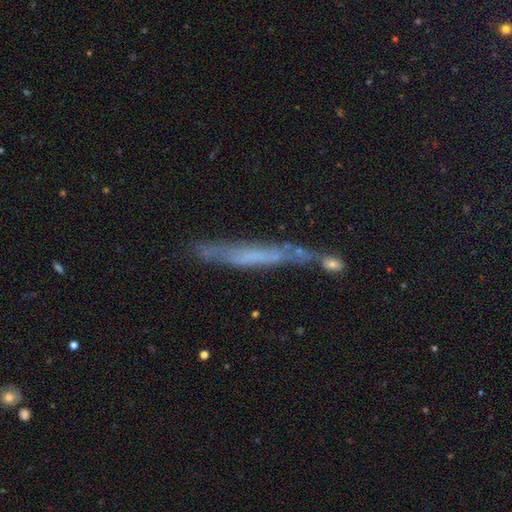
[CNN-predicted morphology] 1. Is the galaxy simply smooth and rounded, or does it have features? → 53% featured or disk, 35% smooth, 12% star or artifact.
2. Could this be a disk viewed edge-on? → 79% yes, 21% no.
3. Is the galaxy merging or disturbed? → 60% none, 21% minor disturbance, 11% merger, 8% major disturbance.